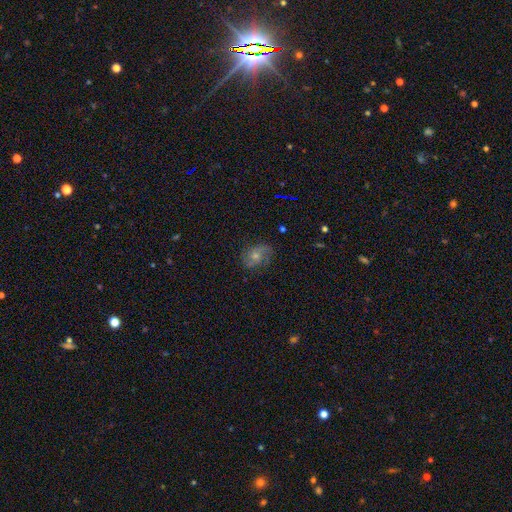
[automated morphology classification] The model was most divided on "bulge size": moderate: 53%, small: 39%, large: 4%, none: 3%, dominant: 1%. More confident: edge-on disk — no (96%); spiral arms — yes (86%); merging — none (74%); bar — no (73%); smooth or featured — featured or disk (55%).